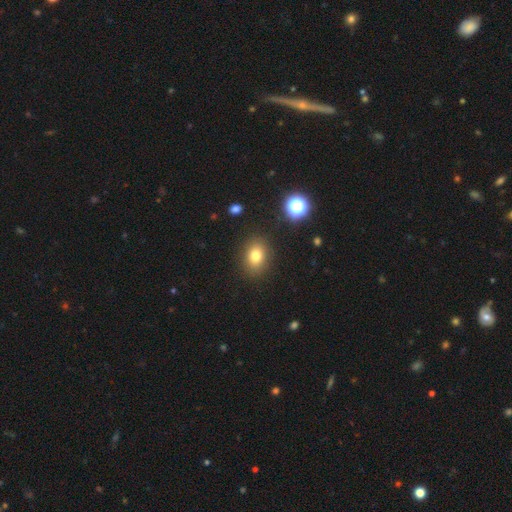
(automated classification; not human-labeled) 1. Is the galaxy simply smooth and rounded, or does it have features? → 79% smooth, 13% star or artifact, 9% featured or disk.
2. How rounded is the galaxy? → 61% in between, 38% round, 1% cigar-shaped.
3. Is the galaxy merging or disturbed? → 87% none, 9% minor disturbance, 3% major disturbance, 2% merger.